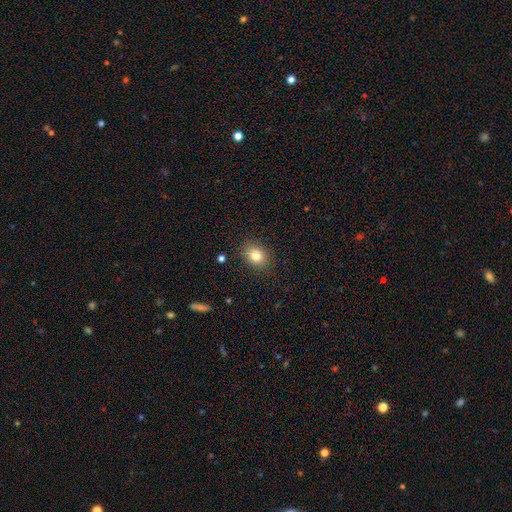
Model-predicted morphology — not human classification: Q: Smooth or featured?
A: smooth (80%); runner-up: star or artifact (11%)
Q: How rounded?
A: in between (50%); runner-up: round (49%)
Q: Merging?
A: none (87%); runner-up: minor disturbance (9%)